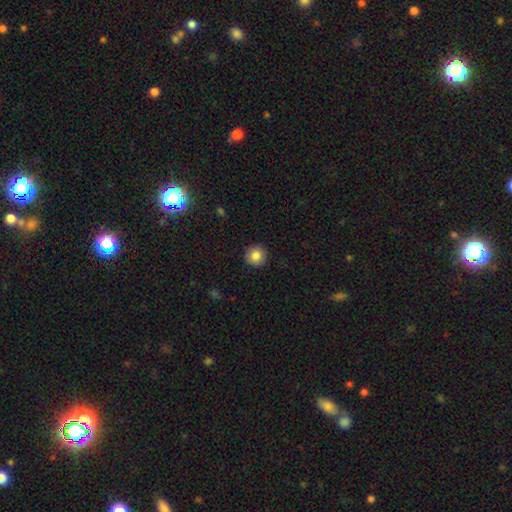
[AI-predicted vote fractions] smooth-or-featured: smooth: 85% | star or artifact: 9% | featured or disk: 6%
  how-rounded: round: 95% | in between: 4% | cigar-shaped: 1%
  merging: none: 92% | minor disturbance: 6% | major disturbance: 2% | merger: 1%